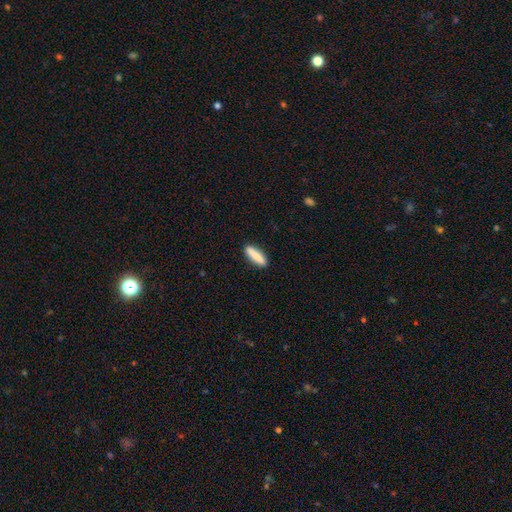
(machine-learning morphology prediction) Smooth or featured?
  - smooth: 81% *
  - featured or disk: 13%
  - star or artifact: 6%
How rounded?
  - cigar-shaped: 72% *
  - in between: 26%
  - round: 2%
Merging?
  - none: 89% *
  - minor disturbance: 8%
  - major disturbance: 2%
  - merger: 1%